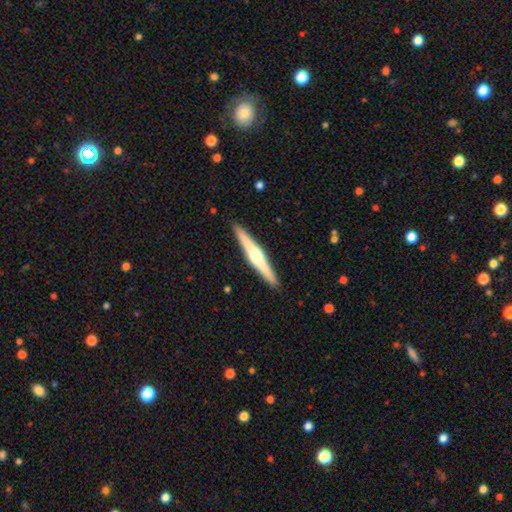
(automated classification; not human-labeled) A featured or disk galaxy (70%) viewed edge-on (98%) with a rounded central bulge (89%).

Vote fractions:
- Smooth or featured? featured or disk: 70% / smooth: 26% / star or artifact: 5%
- Edge-on disk? yes: 98% / no: 2%
- Edge-on bulge? rounded: 89% / boxy: 6% / none: 5%
- Merging? none: 92% / minor disturbance: 6% / major disturbance: 1% / merger: 1%